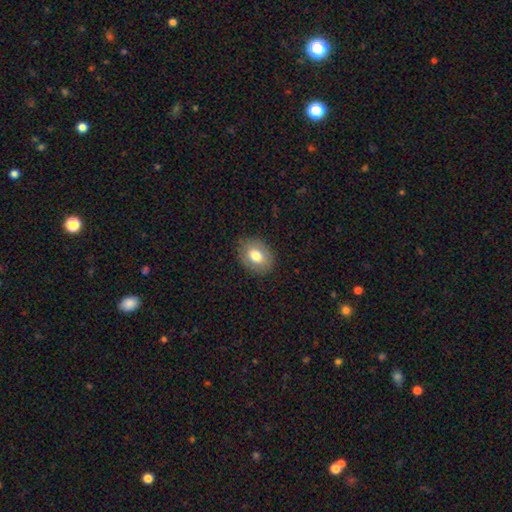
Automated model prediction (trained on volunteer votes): smooth 75%, featured or disk 17%, star or artifact 8%. Down the decision tree: how rounded — in between (67%); merging — none (85%).